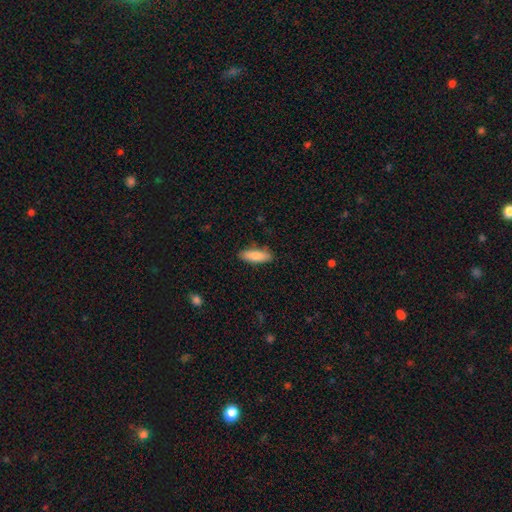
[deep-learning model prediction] A smooth galaxy with no disk features (84%) that is in between round and cigar-shaped (61%). Merging: none (85%).